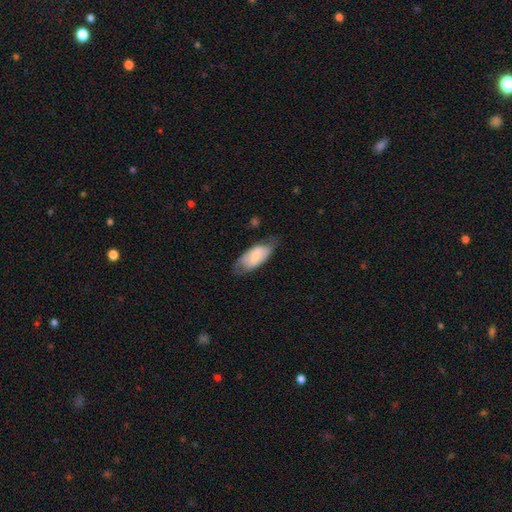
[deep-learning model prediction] smooth-or-featured: smooth: 65% | featured or disk: 29% | star or artifact: 6%
  how-rounded: in between: 89% | cigar-shaped: 8% | round: 2%
  merging: none: 58% | minor disturbance: 30% | major disturbance: 11% | merger: 2%